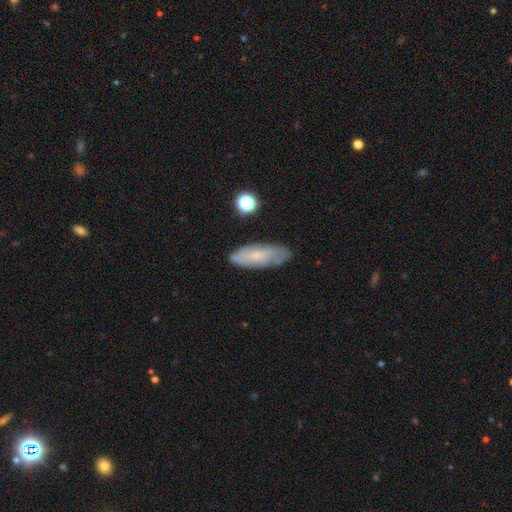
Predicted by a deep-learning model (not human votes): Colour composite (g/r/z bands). It shows a smooth galaxy with no disk features (57%) that is in between round and cigar-shaped (67%). Merging: none (74%).